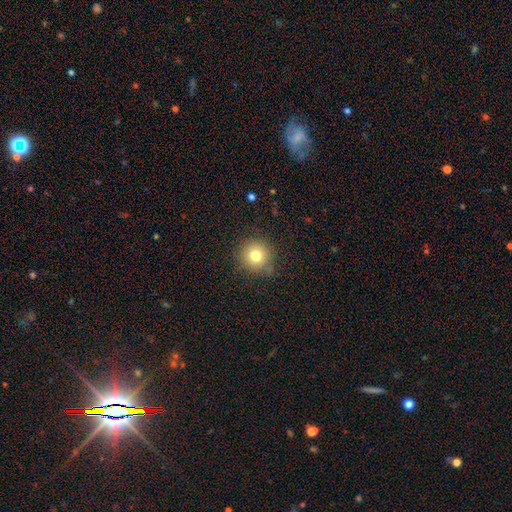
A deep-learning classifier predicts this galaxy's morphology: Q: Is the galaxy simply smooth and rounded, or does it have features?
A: smooth — 77%.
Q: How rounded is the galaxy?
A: round — 94%.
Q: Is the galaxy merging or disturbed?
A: none — 86%.